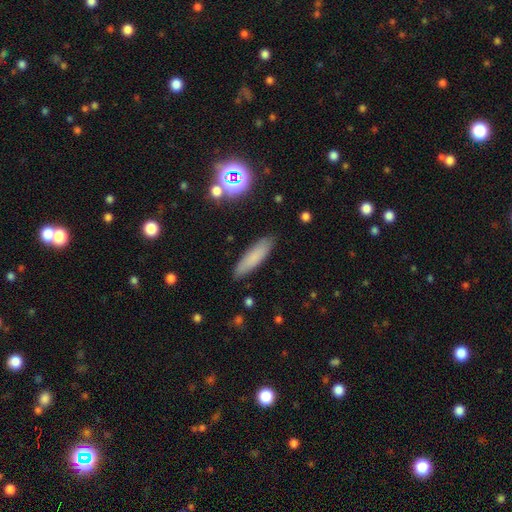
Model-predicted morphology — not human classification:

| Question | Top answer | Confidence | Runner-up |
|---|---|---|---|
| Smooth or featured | smooth | 79% | featured or disk (12%) |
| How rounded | cigar-shaped | 69% | in between (30%) |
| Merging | none | 88% | minor disturbance (9%) |